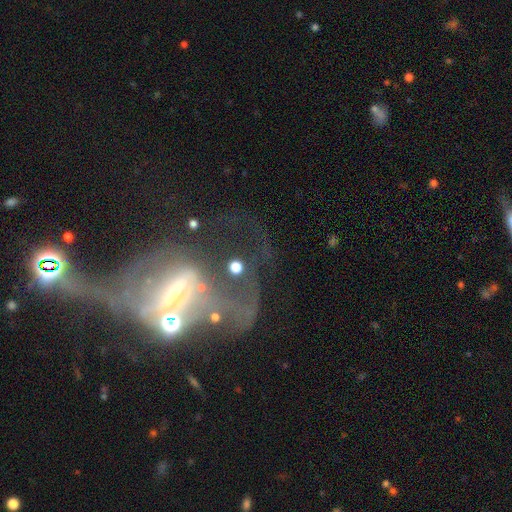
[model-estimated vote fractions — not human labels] smooth_or_featured: featured or disk (p=0.70) [alt: star or artifact p=0.17]
disk_edge_on: no (p=0.89) [alt: yes p=0.11]
bar: no (p=0.35) [alt: strong p=0.34]
has_spiral_arms: no (p=0.50) [tied with: yes p=0.50]
bulge_size: small (p=0.42) [alt: moderate p=0.39]
merging: major disturbance (p=0.42) [alt: merger p=0.31]